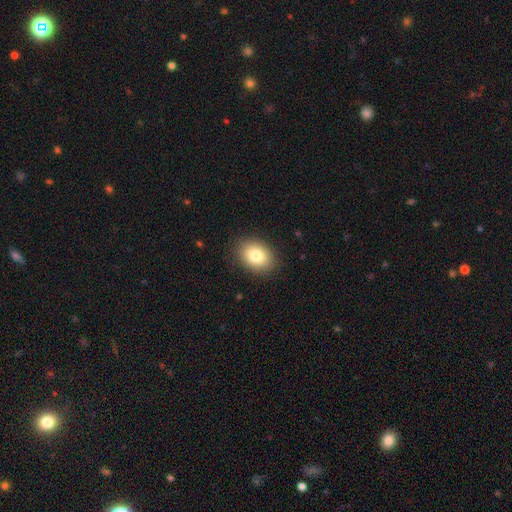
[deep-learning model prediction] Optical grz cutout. It shows a smooth galaxy with no disk features (82%) that is in between round and cigar-shaped (69%). Merging: none (88%).